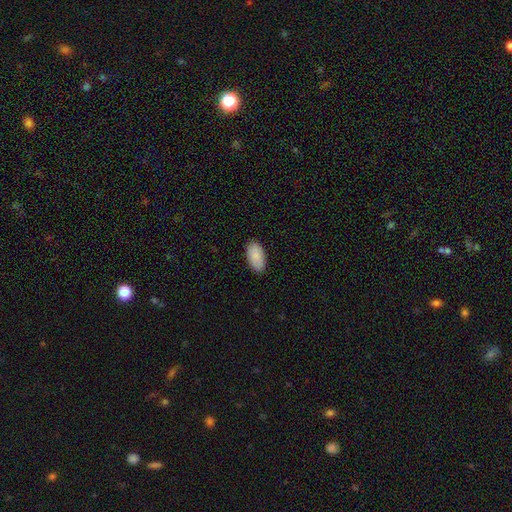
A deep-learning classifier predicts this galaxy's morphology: Smooth or featured? Predicted: smooth (p=0.88). How rounded? Predicted: in between (p=0.95). Merging? Predicted: none (p=0.88).